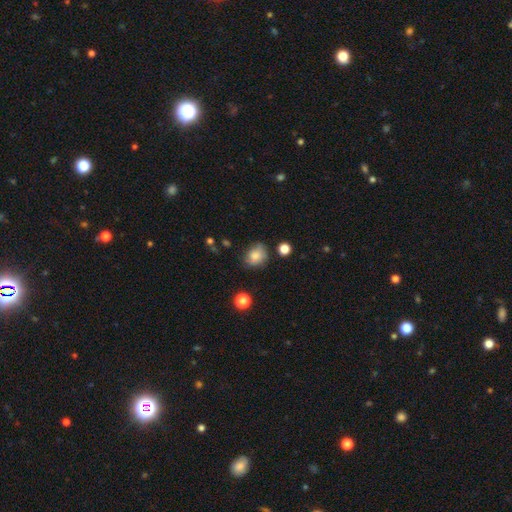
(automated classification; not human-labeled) Smooth or featured? Predicted: smooth (p=0.80). How rounded? Predicted: round (p=0.55). Merging? Predicted: none (p=0.61).